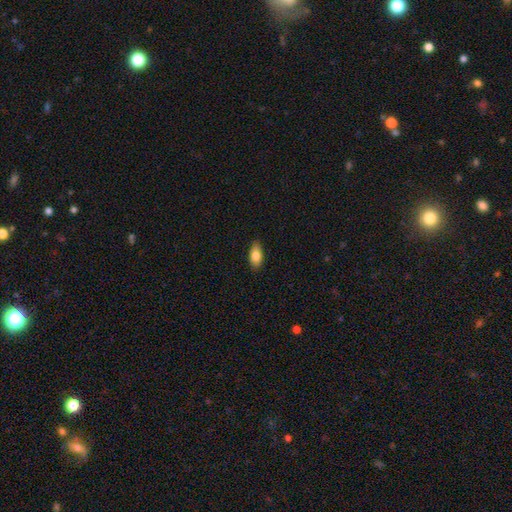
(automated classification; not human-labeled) smooth_or_featured: smooth (p=0.83) [alt: featured or disk p=0.11]
how_rounded: in between (p=0.89) [alt: cigar-shaped p=0.07]
merging: none (p=0.86) [alt: minor disturbance p=0.11]